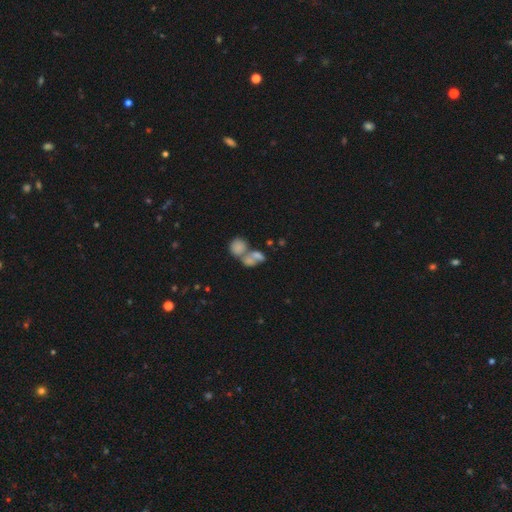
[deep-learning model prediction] A smooth galaxy with no disk features (57%) that is in between round and cigar-shaped (49%). Merging: merger (62%).